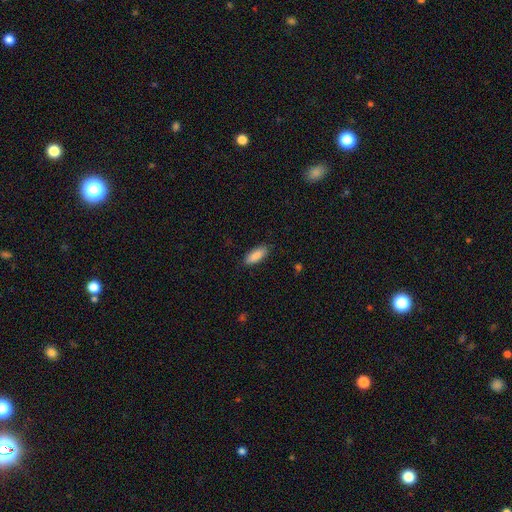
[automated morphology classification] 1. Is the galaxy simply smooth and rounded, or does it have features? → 89% smooth, 6% star or artifact, 5% featured or disk.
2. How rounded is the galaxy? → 75% in between, 23% cigar-shaped, 2% round.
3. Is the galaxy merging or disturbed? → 85% none, 11% minor disturbance, 3% major disturbance, 1% merger.